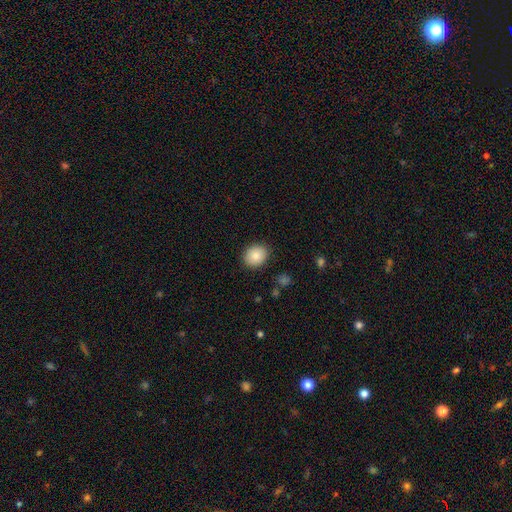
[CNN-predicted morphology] This appears to be a smooth galaxy with no disk features (84%) that is round (64%). Merging: none (89%).